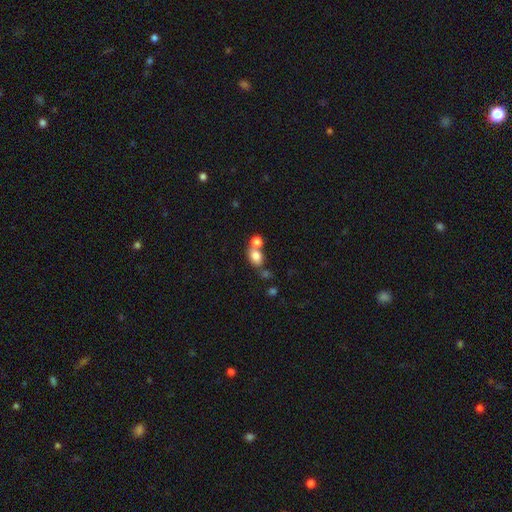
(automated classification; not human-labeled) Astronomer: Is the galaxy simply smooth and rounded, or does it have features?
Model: smooth — 79%.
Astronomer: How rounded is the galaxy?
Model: in between — 61% (runner-up: round, 37%).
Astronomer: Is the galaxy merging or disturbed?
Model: none — 43% (runner-up: merger, 42%).